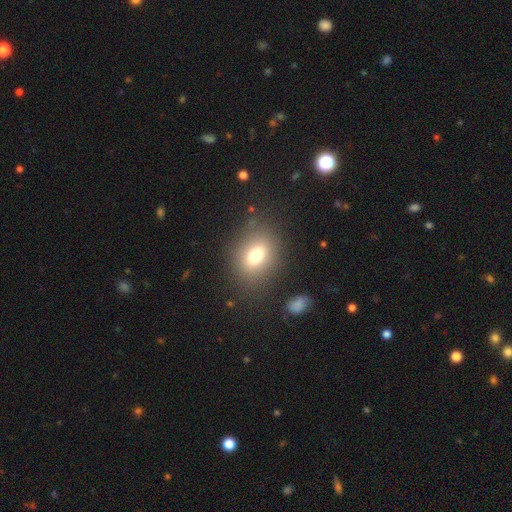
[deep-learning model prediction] Smooth or featured?
  - smooth: 73% *
  - featured or disk: 14%
  - star or artifact: 13%
How rounded?
  - in between: 56% *
  - round: 42%
  - cigar-shaped: 2%
Merging?
  - none: 80% *
  - minor disturbance: 11%
  - major disturbance: 6%
  - merger: 3%